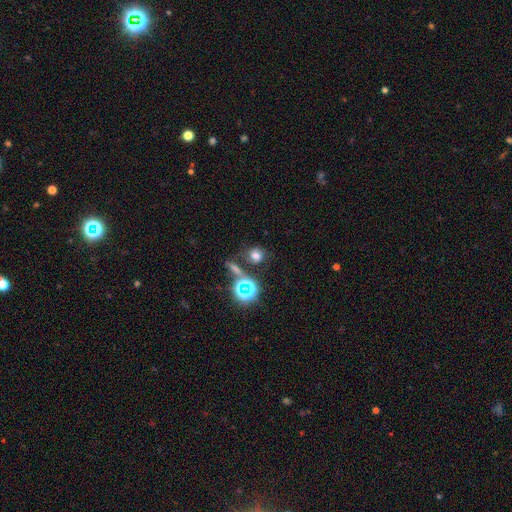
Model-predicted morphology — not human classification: smooth_or_featured: smooth (p=0.63) [alt: star or artifact p=0.26]
how_rounded: round (p=0.75) [alt: in between p=0.23]
merging: none (p=0.68) [alt: minor disturbance p=0.14]